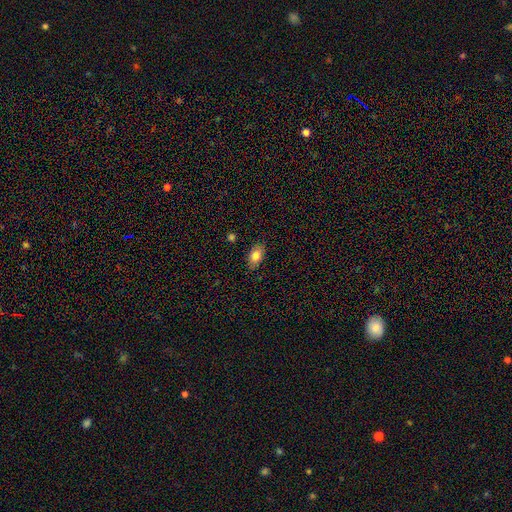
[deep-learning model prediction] Overall: smooth (83%). How rounded: in between (91%). Merging: none (85%).